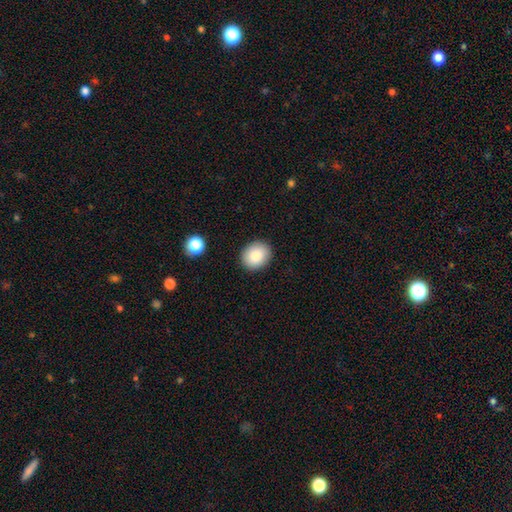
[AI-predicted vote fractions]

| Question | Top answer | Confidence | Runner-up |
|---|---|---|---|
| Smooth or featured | smooth | 85% | star or artifact (8%) |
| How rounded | round | 62% | in between (37%) |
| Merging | none | 89% | minor disturbance (8%) |